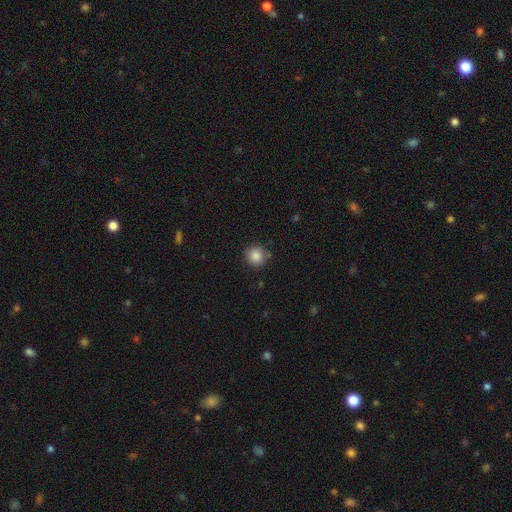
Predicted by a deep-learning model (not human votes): Overall: smooth (86%). How rounded: round (92%). Merging: none (83%).